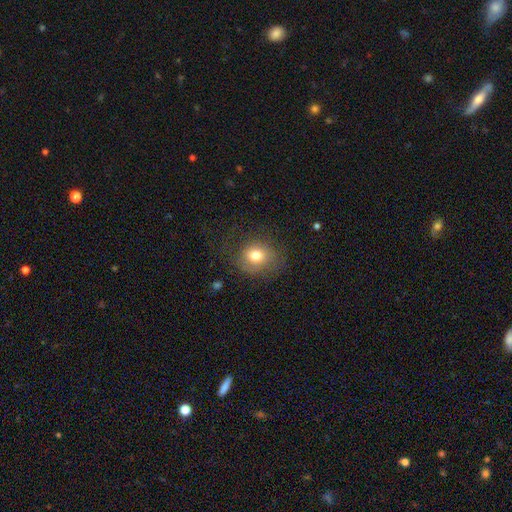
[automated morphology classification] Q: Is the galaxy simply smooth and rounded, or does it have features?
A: smooth — 73%.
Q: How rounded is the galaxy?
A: round — 68%.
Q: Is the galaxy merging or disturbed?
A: none — 67%.